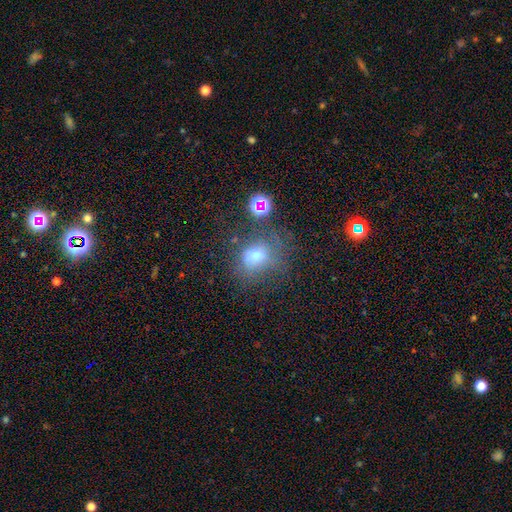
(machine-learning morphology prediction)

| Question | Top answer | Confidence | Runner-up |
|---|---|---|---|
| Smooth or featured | smooth | 59% | star or artifact (21%) |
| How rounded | round | 54% | in between (45%) |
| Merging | none | 47% | minor disturbance (24%) |